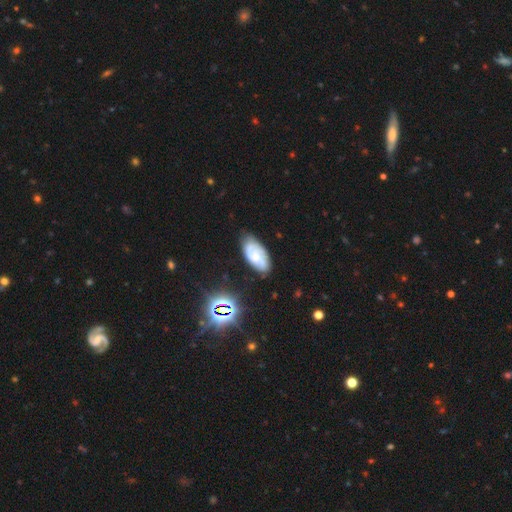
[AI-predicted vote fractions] Smooth or featured: featured or disk — 61% (smooth — 30%)
Edge-on disk: no — 94% (yes — 6%)
Bar: no — 65% (weak — 30%)
Spiral arms: yes — 87% (no — 13%)
Spiral winding: tight — 45% (medium — 39%)
Spiral arm count: 2 — 47% (can't tell — 31%)
Bulge size: small — 57% (moderate — 33%)
Merging: none — 69% (minor disturbance — 23%)